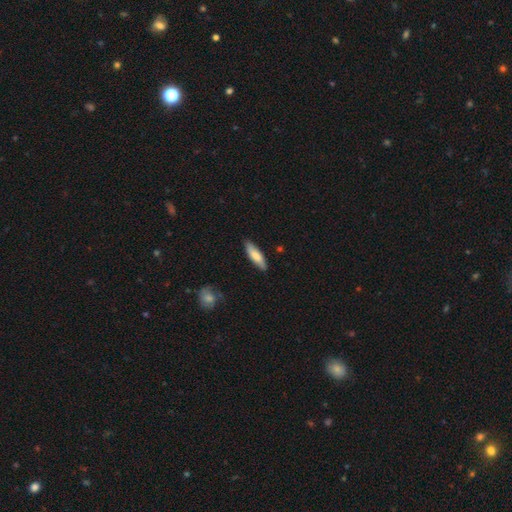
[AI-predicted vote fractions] smooth 77%, featured or disk 17%, star or artifact 5%. Down the decision tree: how rounded — cigar-shaped (59%); merging — none (84%).